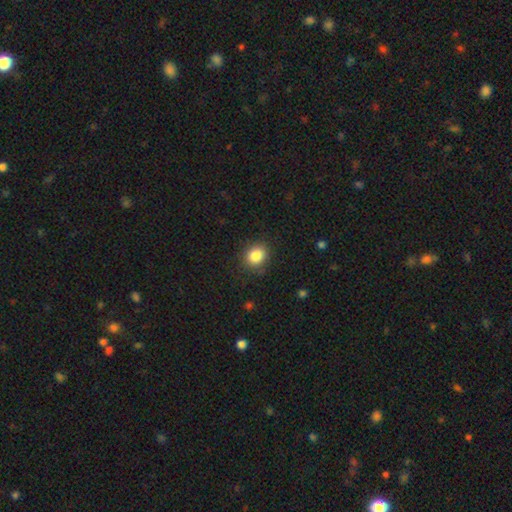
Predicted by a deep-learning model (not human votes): Overall: smooth (86%). How rounded: round (65%; in between 34%). Merging: none (84%).